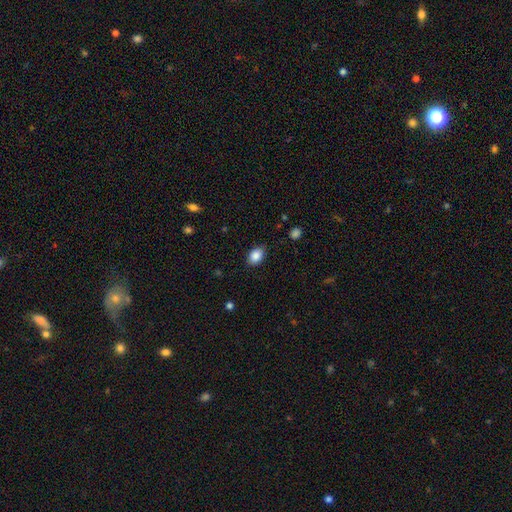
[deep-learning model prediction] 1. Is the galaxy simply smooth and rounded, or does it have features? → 87% smooth, 8% star or artifact, 5% featured or disk.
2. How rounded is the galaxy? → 80% in between, 19% round, 1% cigar-shaped.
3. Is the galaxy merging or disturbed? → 84% none, 12% minor disturbance, 3% major disturbance, 1% merger.